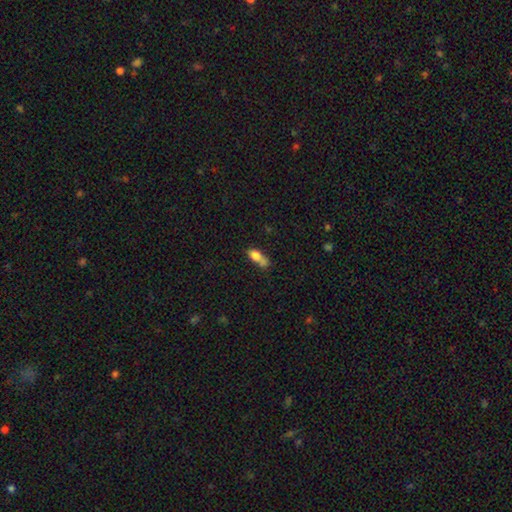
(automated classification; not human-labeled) A smooth galaxy with no disk features (75%) that is in between round and cigar-shaped (73%). Merging: merger (38%).